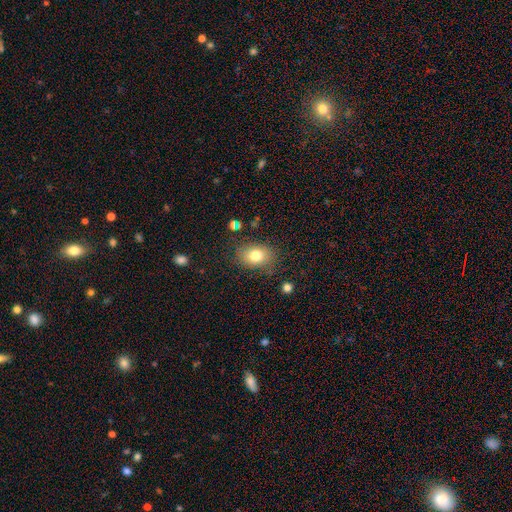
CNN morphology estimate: A smooth galaxy with no disk features (79%) that is in between round and cigar-shaped (71%).

Vote fractions:
- Smooth or featured? smooth: 79% / featured or disk: 11% / star or artifact: 10%
- How rounded? in between: 71% / round: 28% / cigar-shaped: 1%
- Merging? none: 79% / minor disturbance: 14% / major disturbance: 4% / merger: 2%